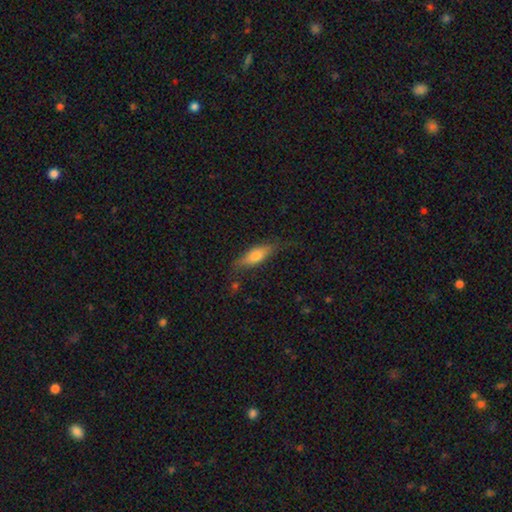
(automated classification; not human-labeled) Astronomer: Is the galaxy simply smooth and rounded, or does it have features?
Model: smooth — 66%.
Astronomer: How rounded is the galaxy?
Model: in between — 52% (runner-up: cigar-shaped, 45%).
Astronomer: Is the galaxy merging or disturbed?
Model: none — 71%.